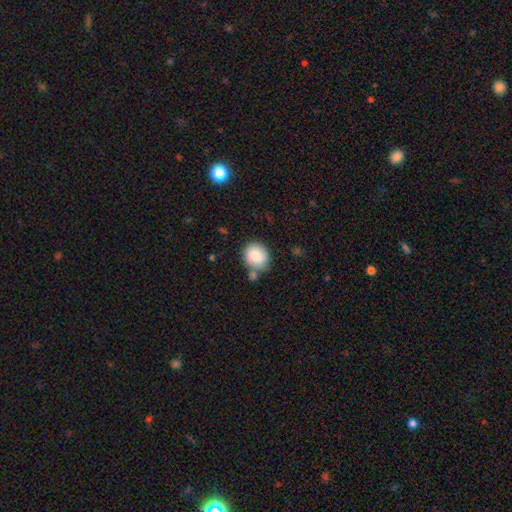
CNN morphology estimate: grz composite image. It shows a smooth galaxy with no disk features (81%) that is round (75%). Merging: none (59%).